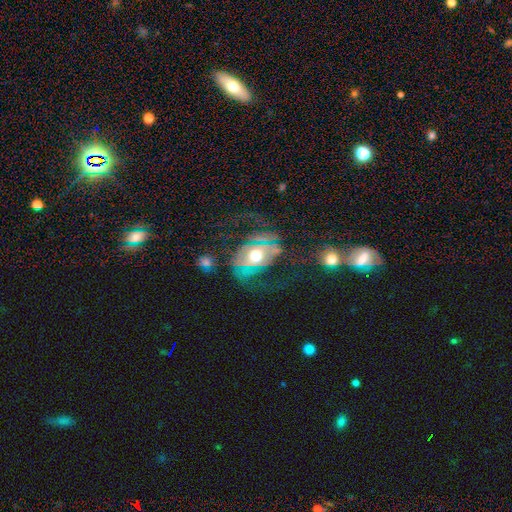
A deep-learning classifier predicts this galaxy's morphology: Smooth or featured? featured or disk (71%)
Edge-on disk? no (91%)
Bar? no (67%)
Spiral arms? yes (64%)
Bulge size? moderate (70%)
Merging? none (46%)